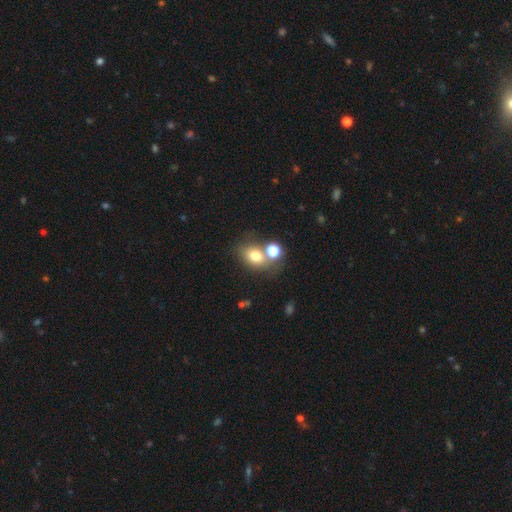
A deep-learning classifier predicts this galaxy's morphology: type=smooth (74%); roundness=in between (56%); merging=none (53%).